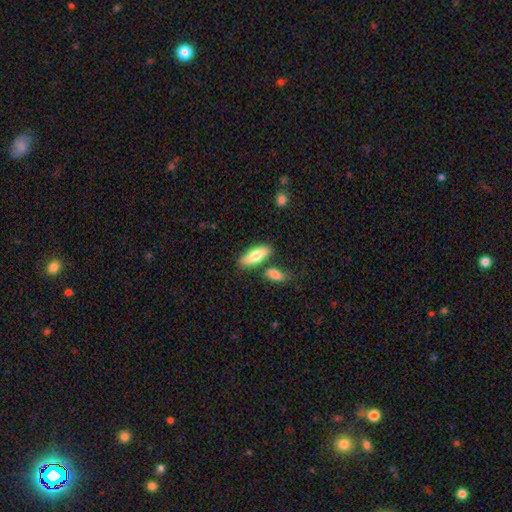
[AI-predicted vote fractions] smooth-or-featured: smooth: 74% | featured or disk: 20% | star or artifact: 6%
  how-rounded: in between: 65% | cigar-shaped: 33% | round: 3%
  merging: none: 71% | merger: 14% | minor disturbance: 13% | major disturbance: 3%